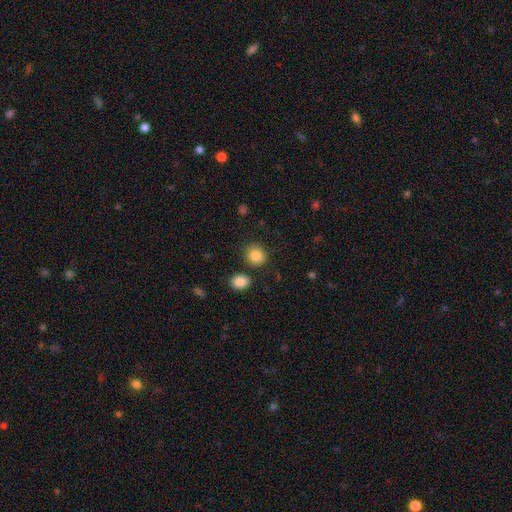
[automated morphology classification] Smooth or featured?
  - smooth: 86% *
  - star or artifact: 9%
  - featured or disk: 5%
How rounded?
  - round: 83% *
  - in between: 16%
  - cigar-shaped: 1%
Merging?
  - none: 82% *
  - minor disturbance: 8%
  - merger: 6%
  - major disturbance: 3%